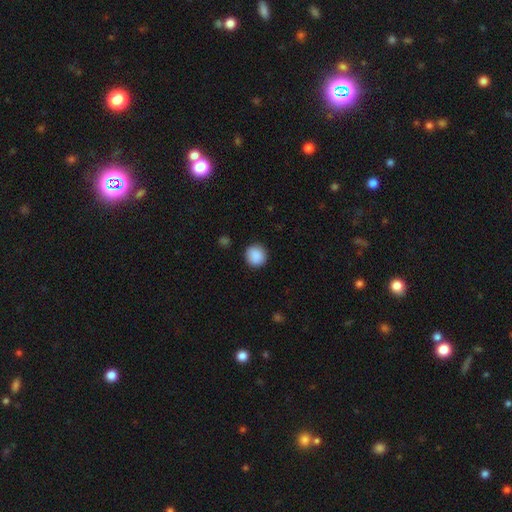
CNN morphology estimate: A smooth galaxy with no disk features (89%) that is round (92%).

Vote fractions:
- Smooth or featured? smooth: 89% / star or artifact: 8% / featured or disk: 3%
- How rounded? round: 92% / in between: 7% / cigar-shaped: 1%
- Merging? none: 90% / minor disturbance: 6% / major disturbance: 2% / merger: 1%